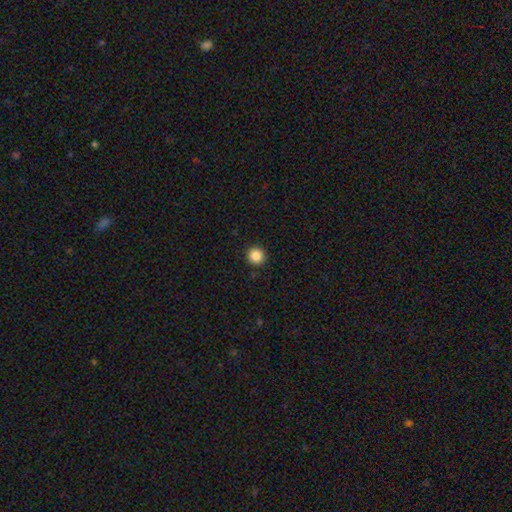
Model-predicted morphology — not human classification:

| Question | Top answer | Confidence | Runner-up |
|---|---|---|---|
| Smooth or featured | smooth | 87% | star or artifact (10%) |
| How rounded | round | 95% | in between (4%) |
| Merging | none | 93% | minor disturbance (4%) |